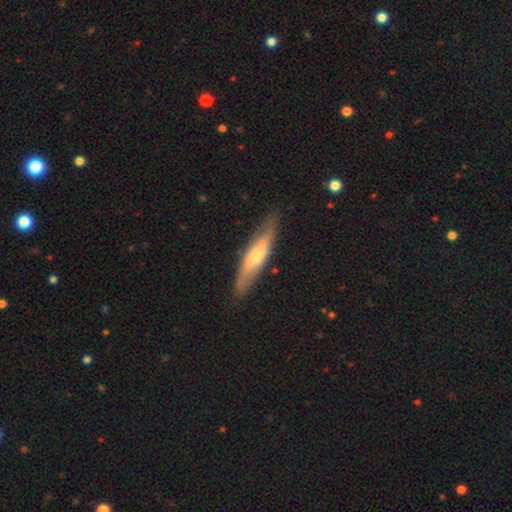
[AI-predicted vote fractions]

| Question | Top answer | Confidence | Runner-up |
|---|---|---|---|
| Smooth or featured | featured or disk | 53% | smooth (42%) |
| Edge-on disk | yes | 60% | no (40%) |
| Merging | none | 82% | minor disturbance (13%) |